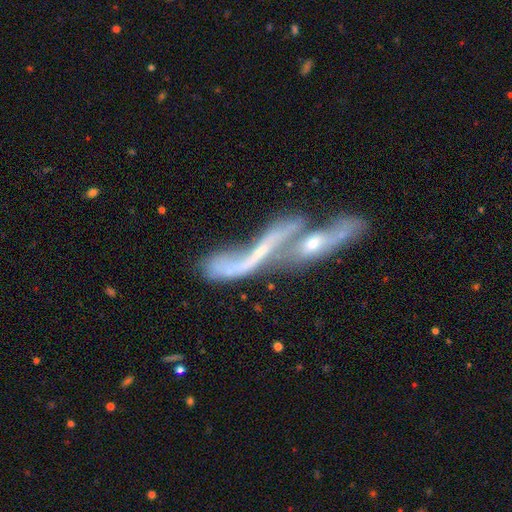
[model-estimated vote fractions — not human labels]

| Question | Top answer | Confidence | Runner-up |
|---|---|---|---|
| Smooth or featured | featured or disk | 73% | smooth (17%) |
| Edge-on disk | no | 57% | yes (43%) |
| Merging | merger | 63% | none (16%) |